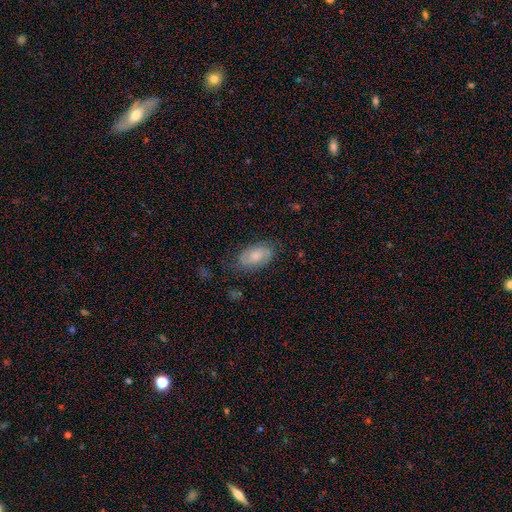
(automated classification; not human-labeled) smooth_or_featured: smooth (p=0.62) [alt: featured or disk p=0.30]
how_rounded: in between (p=0.92) [alt: round p=0.06]
merging: none (p=0.70) [alt: minor disturbance p=0.21]